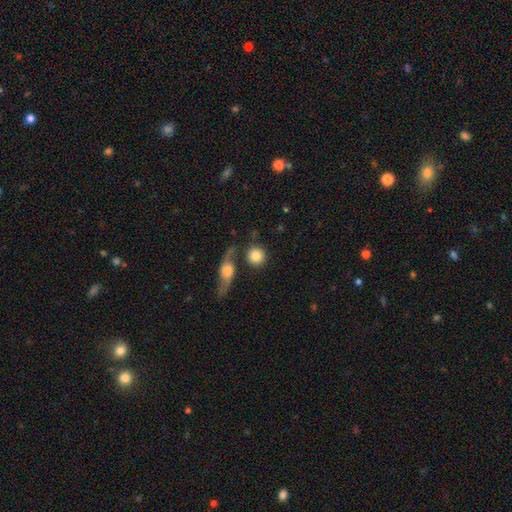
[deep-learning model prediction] Overall: smooth (81%). How rounded: round (91%). Merging: none (70%).